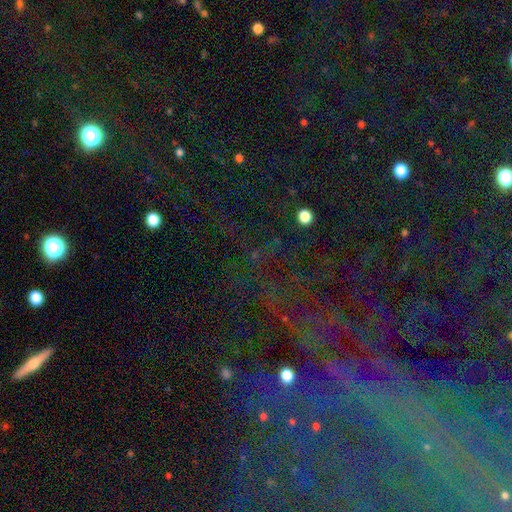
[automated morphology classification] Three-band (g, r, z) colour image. It shows a star or artifact, not a galaxy (69%).